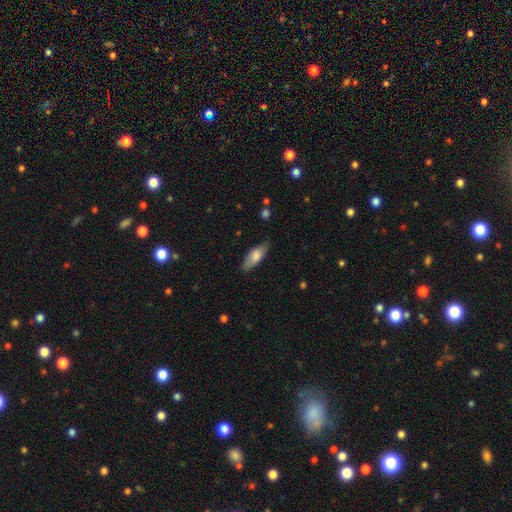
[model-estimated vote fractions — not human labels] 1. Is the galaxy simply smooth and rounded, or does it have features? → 76% smooth, 18% featured or disk, 6% star or artifact.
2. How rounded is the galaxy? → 70% in between, 28% cigar-shaped, 2% round.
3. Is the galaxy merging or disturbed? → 82% none, 15% minor disturbance, 3% major disturbance, 1% merger.